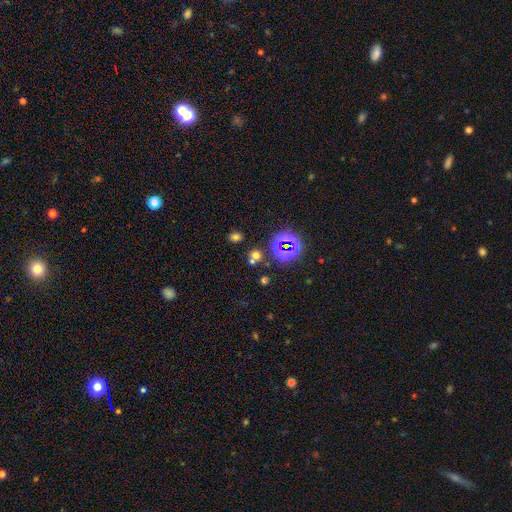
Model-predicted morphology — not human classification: Q: Smooth or featured?
A: smooth (54%); runner-up: star or artifact (38%)
Q: How rounded?
A: round (81%); runner-up: in between (18%)
Q: Merging?
A: none (66%); runner-up: merger (21%)